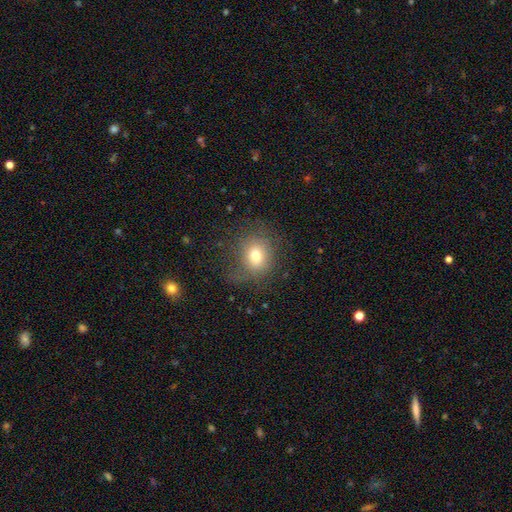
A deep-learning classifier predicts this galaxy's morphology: This appears to be a smooth galaxy with no disk features (73%) that is round (77%). Merging: none (65%).